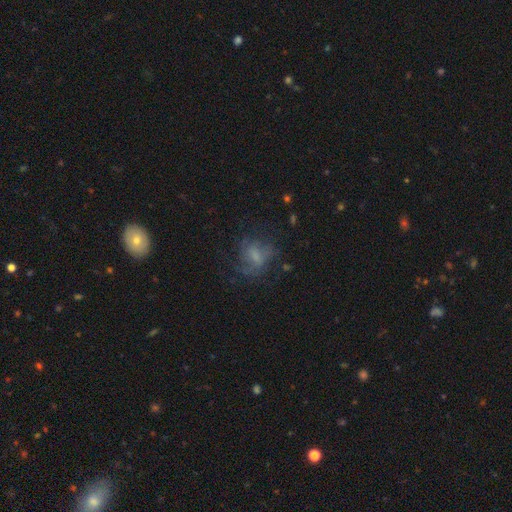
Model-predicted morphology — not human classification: Smooth or featured? Predicted: featured or disk (p=0.44). Merging? Predicted: none (p=0.49).